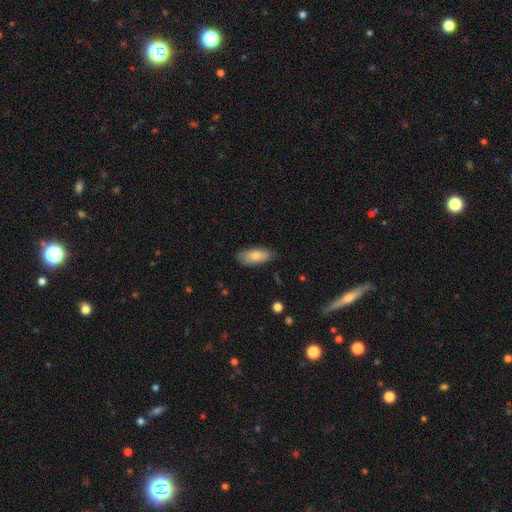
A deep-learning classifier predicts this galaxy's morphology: The model was most divided on "merging": none: 81%, minor disturbance: 15%, major disturbance: 3%, merger: 1%. More confident: how rounded — in between (88%); smooth or featured — smooth (80%).